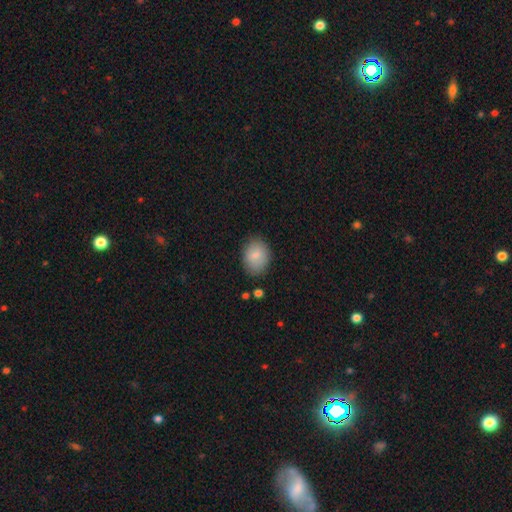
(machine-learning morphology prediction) smooth-or-featured: smooth: 80% | featured or disk: 12% | star or artifact: 8%
  how-rounded: in between: 62% | round: 37% | cigar-shaped: 1%
  merging: none: 81% | minor disturbance: 14% | major disturbance: 4% | merger: 2%